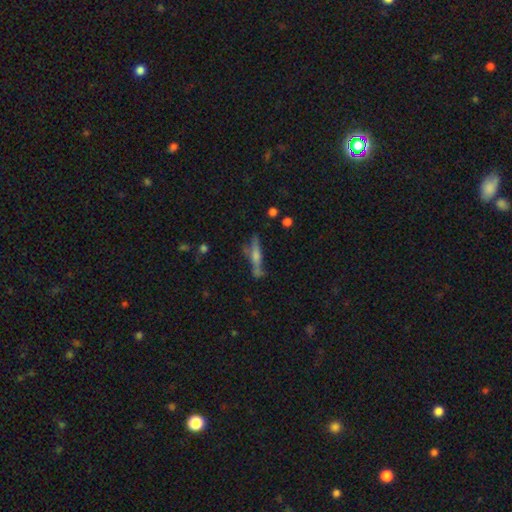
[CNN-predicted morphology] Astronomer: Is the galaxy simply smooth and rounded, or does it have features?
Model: featured or disk — 59%.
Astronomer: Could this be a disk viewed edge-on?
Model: yes — 91%.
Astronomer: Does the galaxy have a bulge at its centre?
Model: rounded — 71%.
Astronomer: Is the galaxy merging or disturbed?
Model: none — 68%.